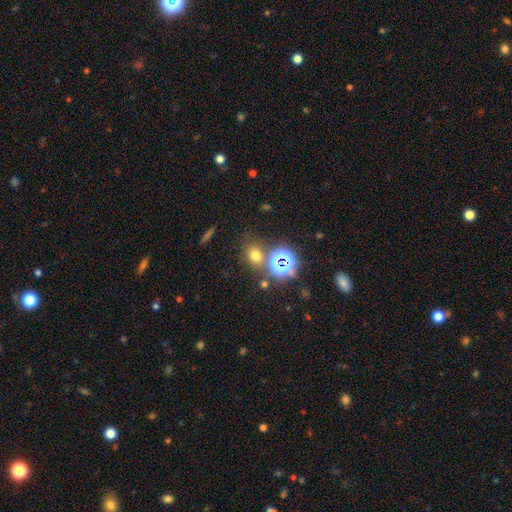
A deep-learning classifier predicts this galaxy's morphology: Smooth or featured?
  - smooth: 62% *
  - star or artifact: 30%
  - featured or disk: 9%
How rounded?
  - round: 62% *
  - in between: 36%
  - cigar-shaped: 1%
Merging?
  - none: 71% *
  - merger: 15%
  - minor disturbance: 10%
  - major disturbance: 4%